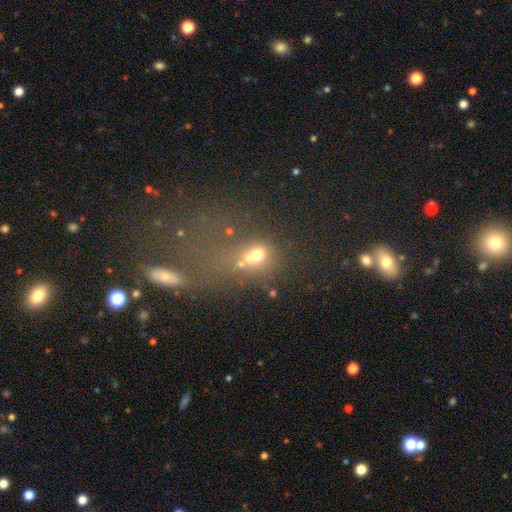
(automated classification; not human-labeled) Smooth or featured? Predicted: smooth (p=0.55). How rounded? Predicted: round (p=0.50). Merging? Predicted: merger (p=0.48).